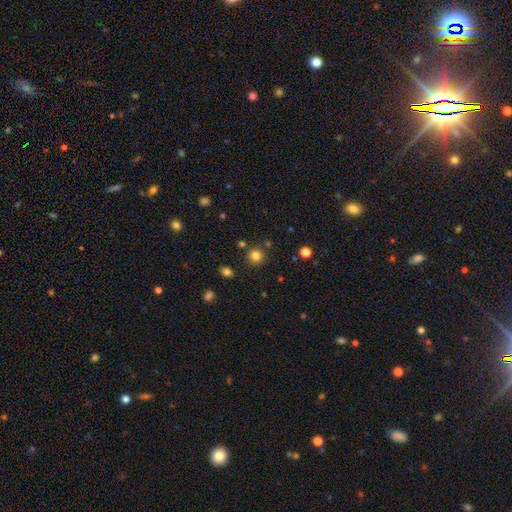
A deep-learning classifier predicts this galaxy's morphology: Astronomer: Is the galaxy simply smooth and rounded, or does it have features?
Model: smooth — 80%.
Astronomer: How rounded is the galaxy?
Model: round — 92%.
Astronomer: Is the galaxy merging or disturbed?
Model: none — 85%.